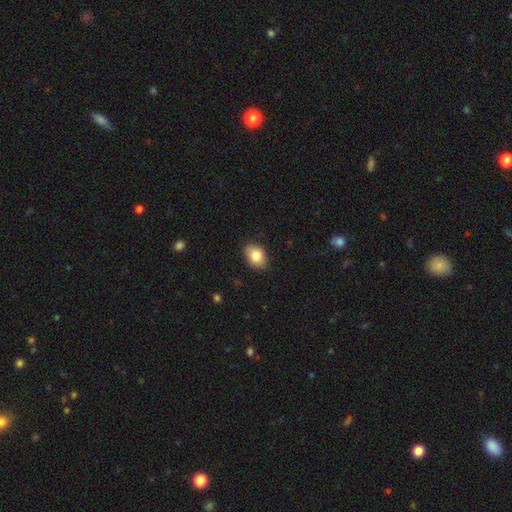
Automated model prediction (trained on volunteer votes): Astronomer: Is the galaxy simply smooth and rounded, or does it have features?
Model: smooth — 84%.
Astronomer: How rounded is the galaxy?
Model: in between — 78%.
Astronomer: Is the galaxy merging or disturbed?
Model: none — 83%.